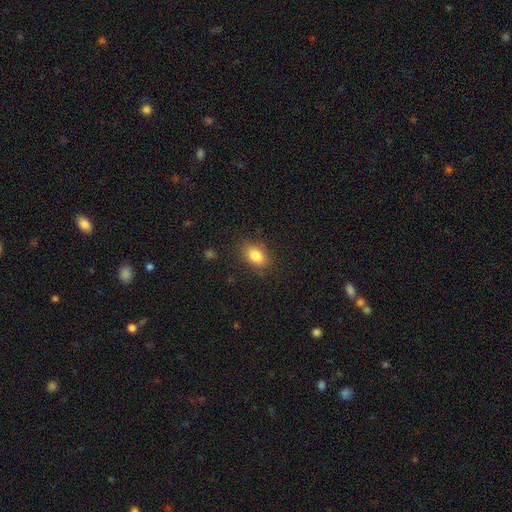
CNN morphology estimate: Smooth or featured? Predicted: smooth (p=0.84). How rounded? Predicted: in between (p=0.83). Merging? Predicted: none (p=0.83).